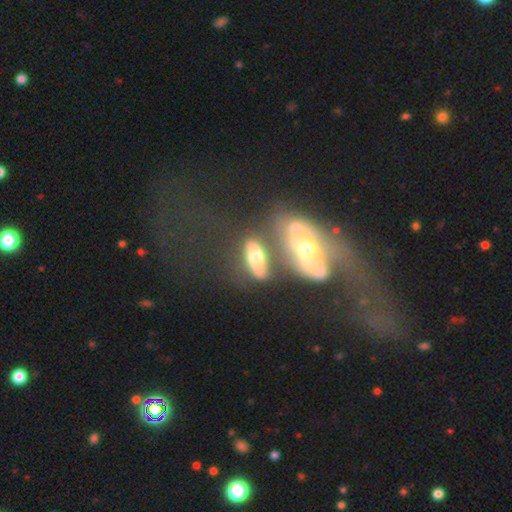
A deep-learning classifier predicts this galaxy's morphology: This is possibly a smooth galaxy (53%). How rounded: likely in between (70%). Merging: possibly none (47%).